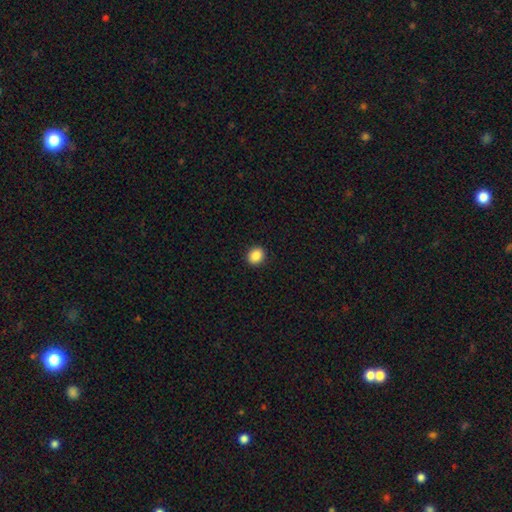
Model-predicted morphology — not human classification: Smooth or featured? smooth (88%)
How rounded? round (67%)
Merging? none (92%)